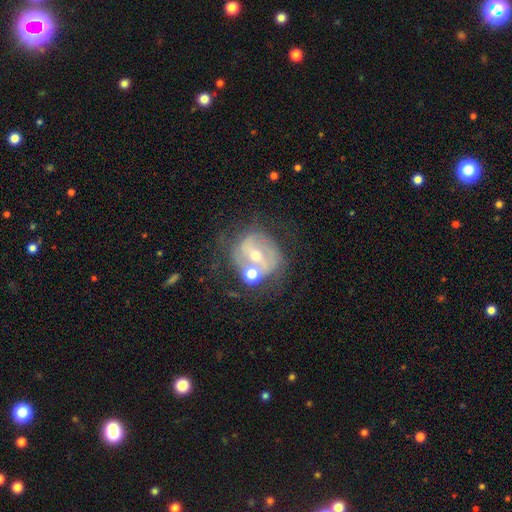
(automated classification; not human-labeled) featured or disk 70%, smooth 19%, star or artifact 10%. Down the decision tree: edge-on disk — no (96%); bar — strong (38%); spiral arms — yes (60%); bulge size — moderate (48%); merging — none (50%).